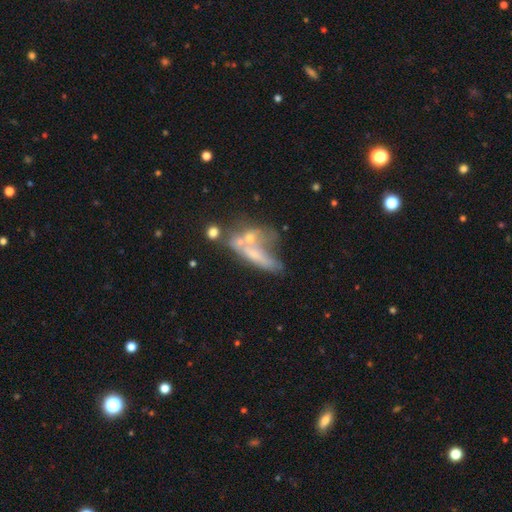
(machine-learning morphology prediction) Smooth or featured: featured or disk — 44% (tied with smooth — 44%)
Merging: merger — 41% (major disturbance — 24%)